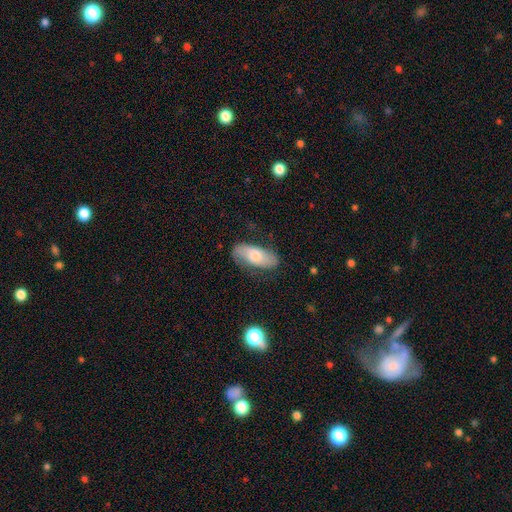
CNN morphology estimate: This is possibly a smooth galaxy (60%). How rounded: clearly in between (84%). Merging: likely none (75%).